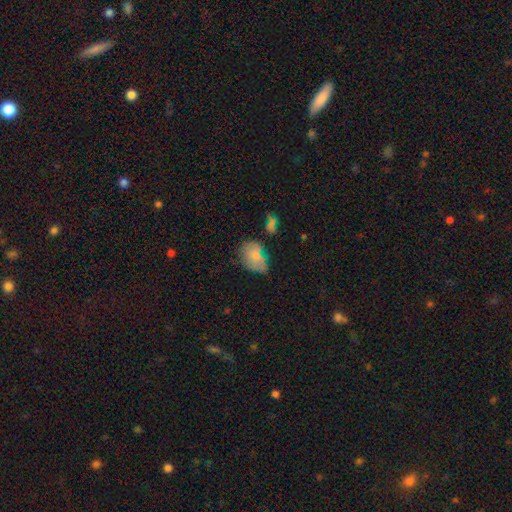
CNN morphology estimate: Smooth or featured?
  - smooth: 72% *
  - featured or disk: 18%
  - star or artifact: 10%
How rounded?
  - in between: 76% *
  - round: 23%
  - cigar-shaped: 1%
Merging?
  - none: 49% *
  - minor disturbance: 30%
  - major disturbance: 11%
  - merger: 10%